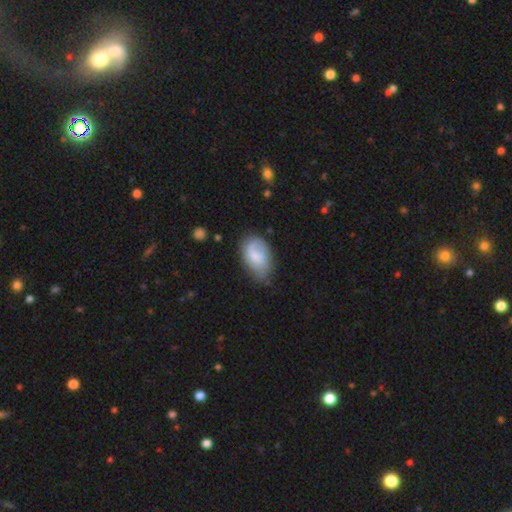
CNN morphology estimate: The model was most divided on "smooth or featured": smooth: 57%, featured or disk: 36%, star or artifact: 7%. More confident: how rounded — in between (89%); merging — none (56%).